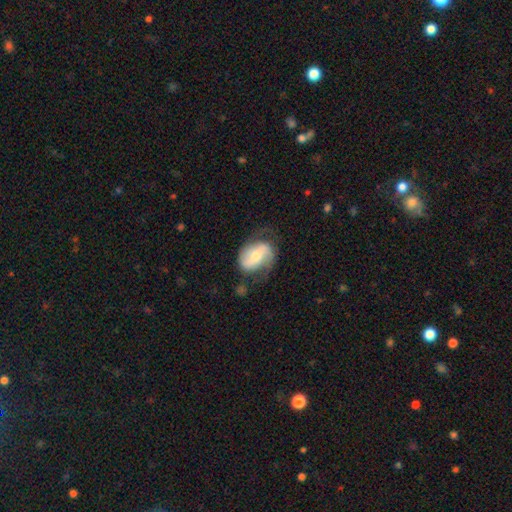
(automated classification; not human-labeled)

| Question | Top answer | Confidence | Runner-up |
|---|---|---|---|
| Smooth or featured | featured or disk | 64% | smooth (29%) |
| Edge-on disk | no | 96% | yes (4%) |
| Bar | weak | 39% | no (36%) |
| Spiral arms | yes | 85% | no (15%) |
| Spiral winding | loose | 41% | medium (40%) |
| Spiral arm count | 2 | 84% | can't tell (8%) |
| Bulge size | moderate | 63% | small (27%) |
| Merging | none | 57% | minor disturbance (26%) |